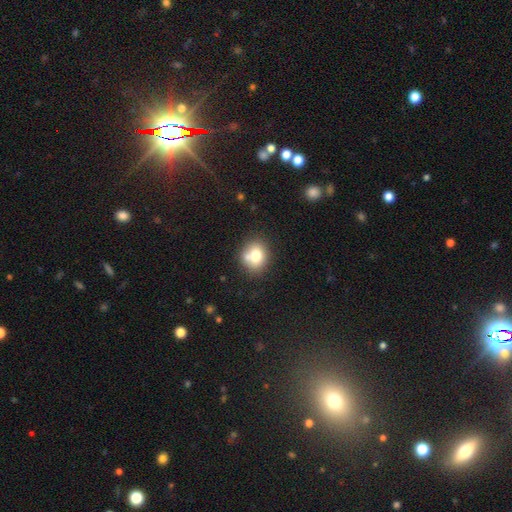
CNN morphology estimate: smooth_or_featured: smooth (p=0.74) [alt: featured or disk p=0.15]
how_rounded: round (p=0.68) [alt: in between p=0.31]
merging: none (p=0.62) [alt: merger p=0.20]